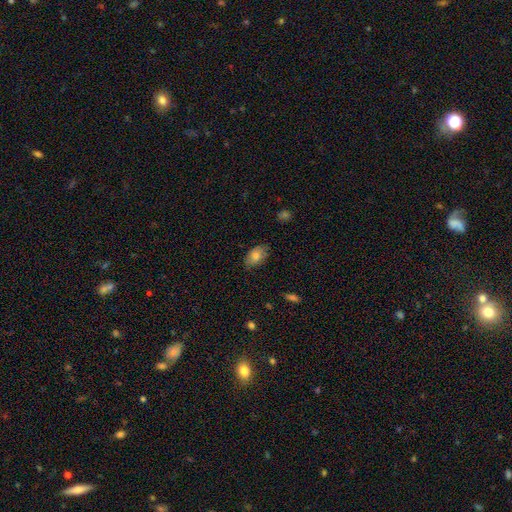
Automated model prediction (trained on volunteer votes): Overall: smooth (78%). How rounded: in between (89%). Merging: none (79%).